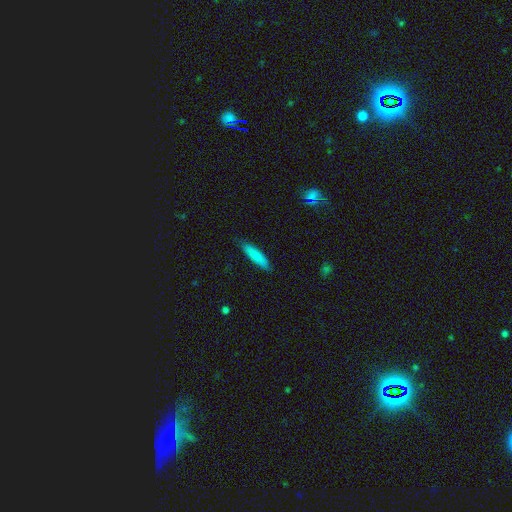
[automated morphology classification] This appears to be a smooth galaxy with no disk features (83%) that is cigar-shaped (80%). Merging: none (85%).